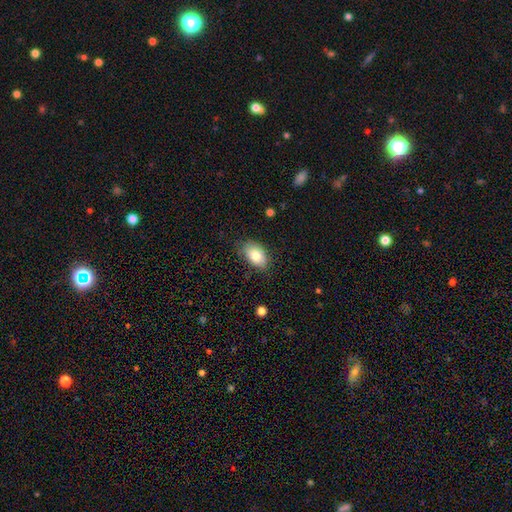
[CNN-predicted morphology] Smooth or featured?
  - smooth: 81% *
  - featured or disk: 12%
  - star or artifact: 7%
How rounded?
  - in between: 90% *
  - round: 9%
  - cigar-shaped: 1%
Merging?
  - none: 73% *
  - minor disturbance: 22%
  - major disturbance: 4%
  - merger: 1%